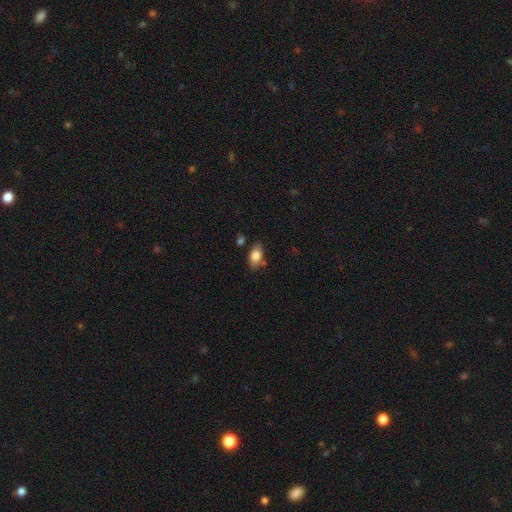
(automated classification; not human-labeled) This appears to be a smooth galaxy with no disk features (78%) that is in between round and cigar-shaped (89%). Merging: none (72%).